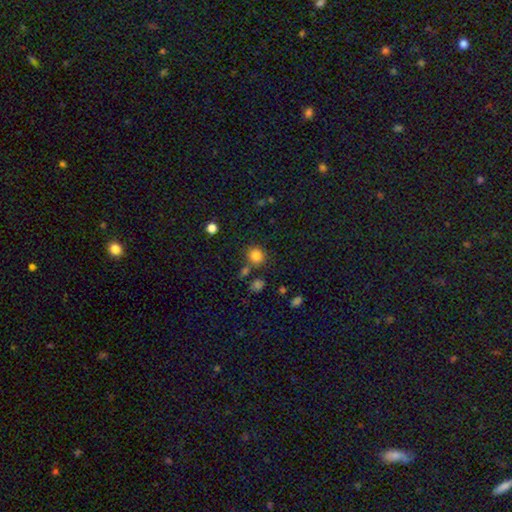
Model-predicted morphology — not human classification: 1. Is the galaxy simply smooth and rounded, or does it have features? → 82% smooth, 12% star or artifact, 6% featured or disk.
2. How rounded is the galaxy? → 82% round, 17% in between, 1% cigar-shaped.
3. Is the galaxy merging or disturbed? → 74% none, 11% minor disturbance, 10% merger, 4% major disturbance.